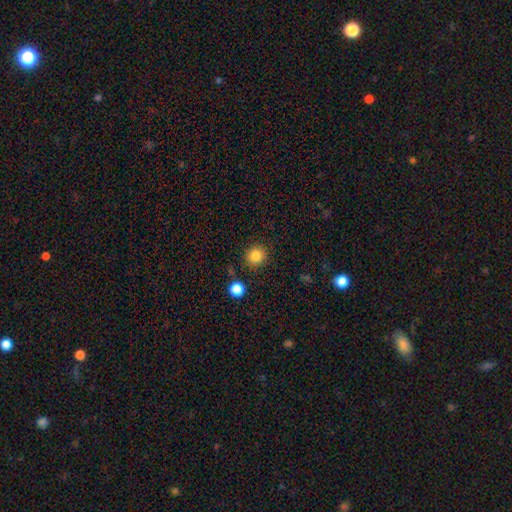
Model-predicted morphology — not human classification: Smooth or featured? Predicted: smooth (p=0.84). How rounded? Predicted: round (p=0.89). Merging? Predicted: none (p=0.88).